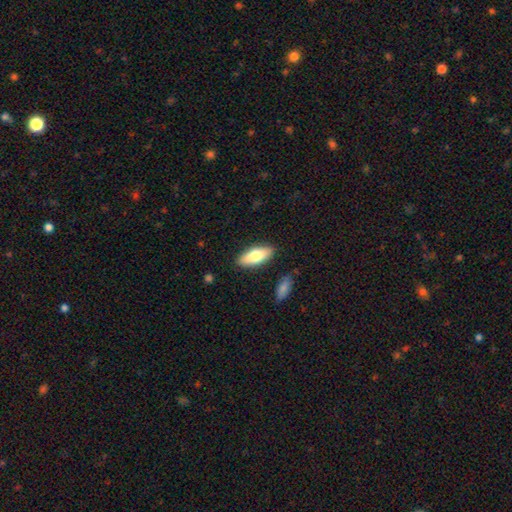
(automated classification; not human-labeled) Overall: smooth (74%). How rounded: in between (79%). Merging: none (86%).